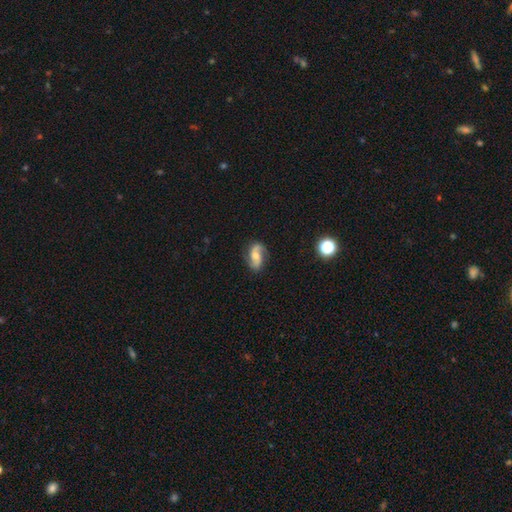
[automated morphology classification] Q: Smooth or featured?
A: featured or disk (75%); runner-up: smooth (18%)
Q: Edge-on disk?
A: no (97%); runner-up: yes (3%)
Q: Bar?
A: no (54%); runner-up: weak (35%)
Q: Spiral arms?
A: yes (95%); runner-up: no (5%)
Q: Spiral winding?
A: loose (53%); runner-up: medium (35%)
Q: Spiral arm count?
A: 2 (90%); runner-up: can't tell (3%)
Q: Bulge size?
A: moderate (57%); runner-up: small (32%)
Q: Merging?
A: none (79%); runner-up: minor disturbance (15%)